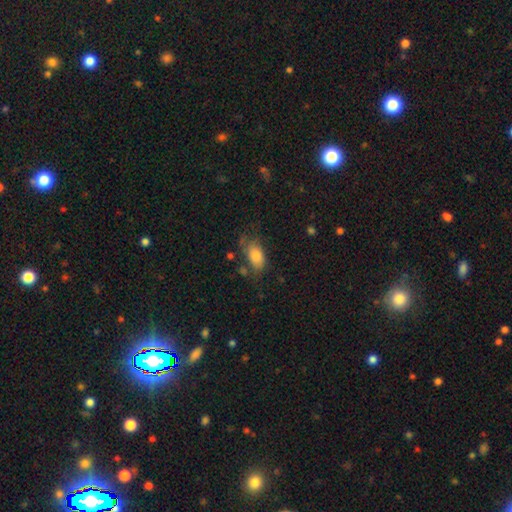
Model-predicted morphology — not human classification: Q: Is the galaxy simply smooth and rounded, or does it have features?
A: smooth — 75%.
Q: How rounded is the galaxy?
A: in between — 91%.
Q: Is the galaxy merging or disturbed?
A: none — 48%.